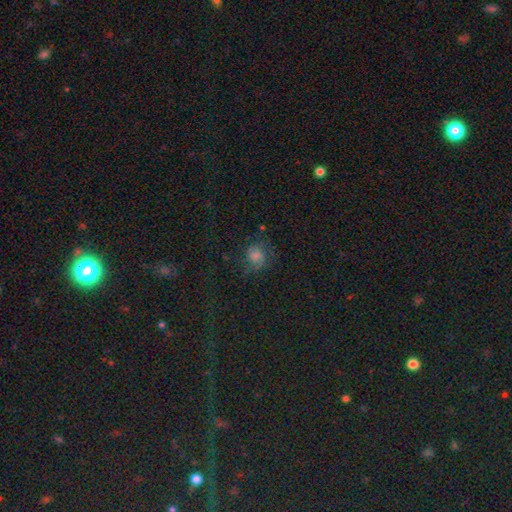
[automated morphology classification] Smooth or featured?
  - smooth: 38% * (tied)
  - featured or disk: 38% * (tied)
  - star or artifact: 24%
Merging?
  - none: 64% *
  - minor disturbance: 19%
  - major disturbance: 15%
  - merger: 2%